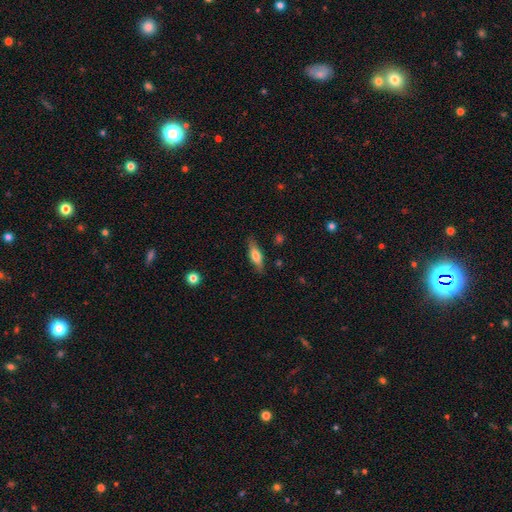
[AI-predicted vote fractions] A smooth galaxy with no disk features (63%) that is cigar-shaped (49%). Merging: none (82%).